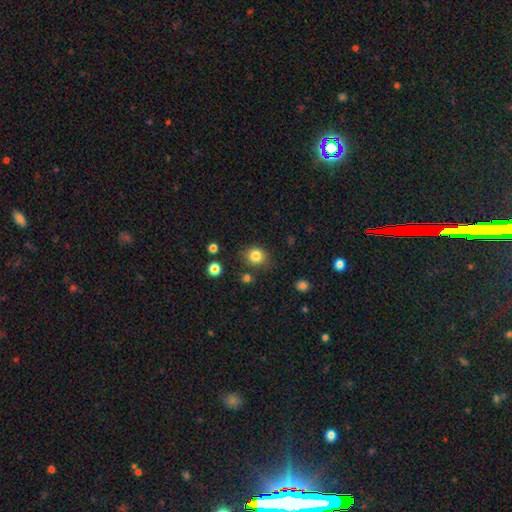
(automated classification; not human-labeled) Smooth or featured?
  - smooth: 83% *
  - star or artifact: 11%
  - featured or disk: 5%
How rounded?
  - round: 80% *
  - in between: 20%
  - cigar-shaped: 1%
Merging?
  - none: 82% *
  - minor disturbance: 11%
  - merger: 4%
  - major disturbance: 3%